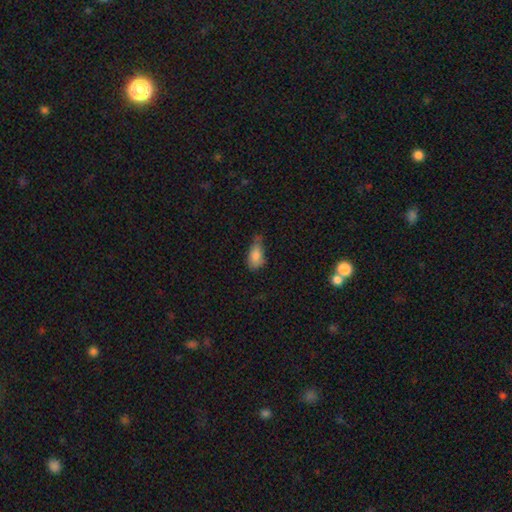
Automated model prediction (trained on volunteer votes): The model was most divided on "merging": minor disturbance: 45%, none: 38%, major disturbance: 13%, merger: 4%. More confident: how rounded — in between (89%); smooth or featured — smooth (82%).